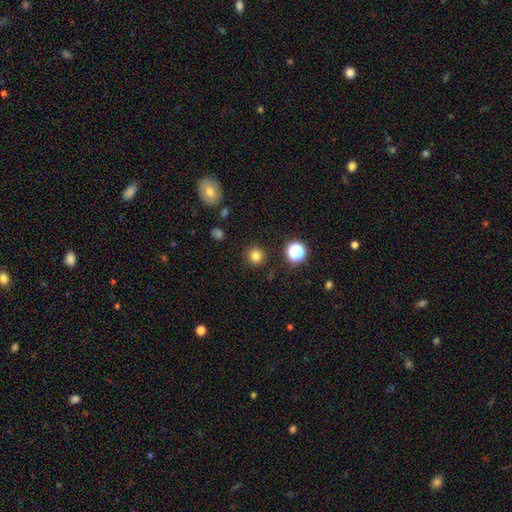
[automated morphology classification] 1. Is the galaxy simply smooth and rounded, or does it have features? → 79% smooth, 16% star or artifact, 5% featured or disk.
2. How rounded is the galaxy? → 95% round, 4% in between, 1% cigar-shaped.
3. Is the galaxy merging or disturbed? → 91% none, 6% minor disturbance, 2% major disturbance, 2% merger.